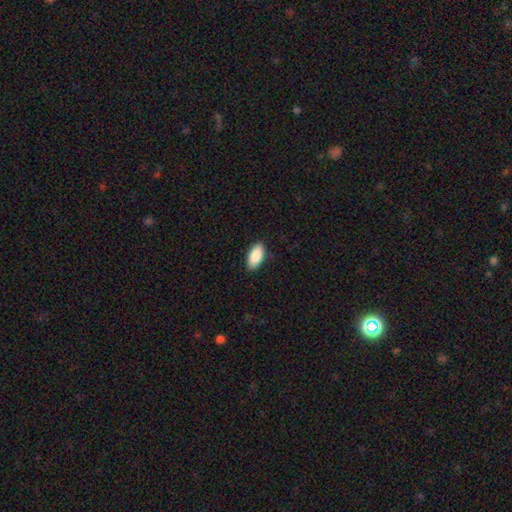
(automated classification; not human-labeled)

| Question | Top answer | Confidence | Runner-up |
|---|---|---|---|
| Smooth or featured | smooth | 89% | star or artifact (6%) |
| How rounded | in between | 92% | cigar-shaped (6%) |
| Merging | none | 88% | minor disturbance (9%) |